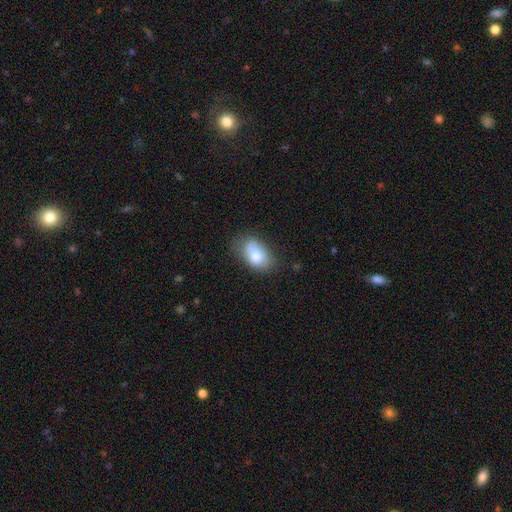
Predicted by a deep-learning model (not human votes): Smooth or featured: smooth — 74% (featured or disk — 17%)
How rounded: in between — 86% (round — 12%)
Merging: none — 50% (minor disturbance — 30%)